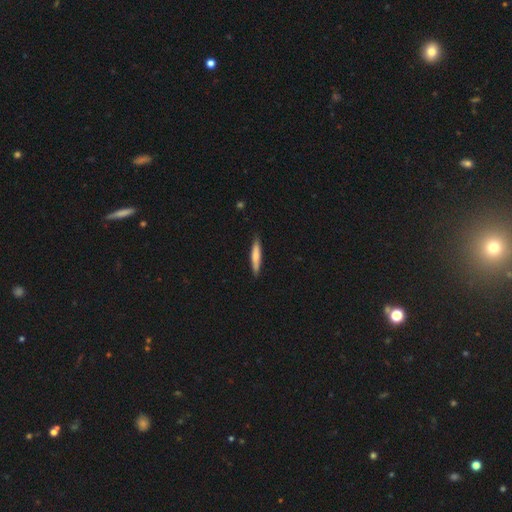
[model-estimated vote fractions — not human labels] Q: Smooth or featured?
A: smooth (72%); runner-up: featured or disk (23%)
Q: How rounded?
A: cigar-shaped (90%); runner-up: in between (9%)
Q: Merging?
A: none (86%); runner-up: minor disturbance (11%)